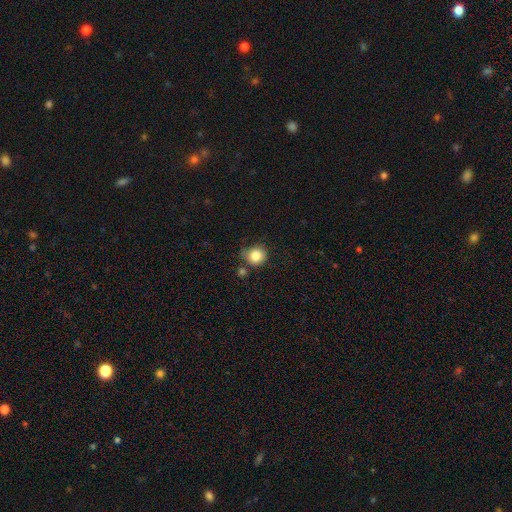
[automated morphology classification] smooth-or-featured: smooth: 83% | star or artifact: 10% | featured or disk: 7%
  how-rounded: round: 87% | in between: 12% | cigar-shaped: 1%
  merging: none: 68% | minor disturbance: 19% | merger: 9% | major disturbance: 5%